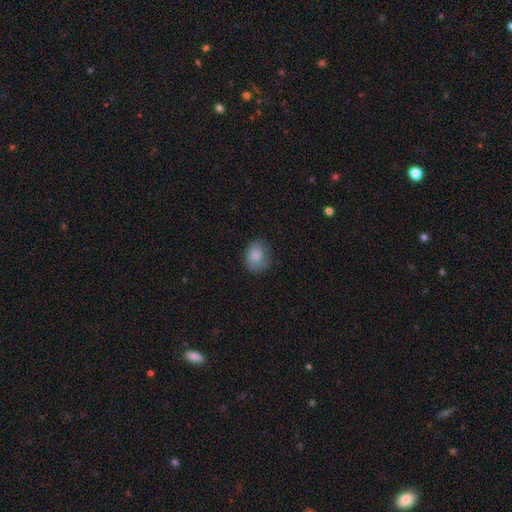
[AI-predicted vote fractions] smooth-or-featured: smooth: 84% | featured or disk: 8% | star or artifact: 8%
  how-rounded: round: 51% | in between: 48% | cigar-shaped: 1%
  merging: none: 72% | minor disturbance: 21% | major disturbance: 6% | merger: 1%